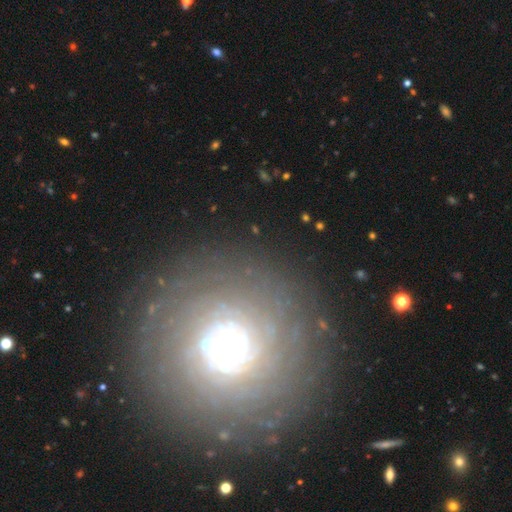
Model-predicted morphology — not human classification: type=featured or disk (55%); edge-on=no (94%); bar=no (59%); spiral arms=yes (60%); bulge=moderate (44%); merging=none (85%).